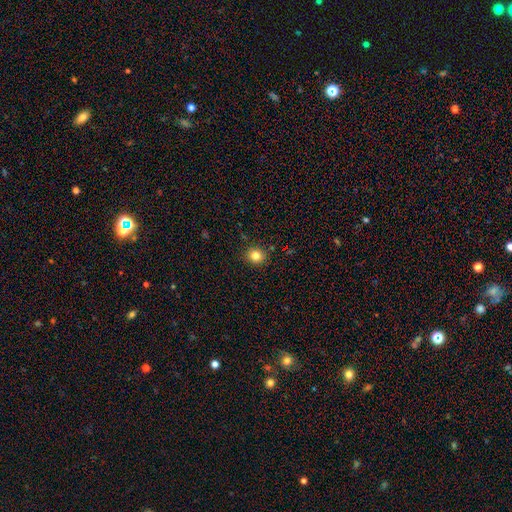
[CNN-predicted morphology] smooth 82%, star or artifact 13%, featured or disk 6%. Down the decision tree: how rounded — round (87%); merging — none (90%).